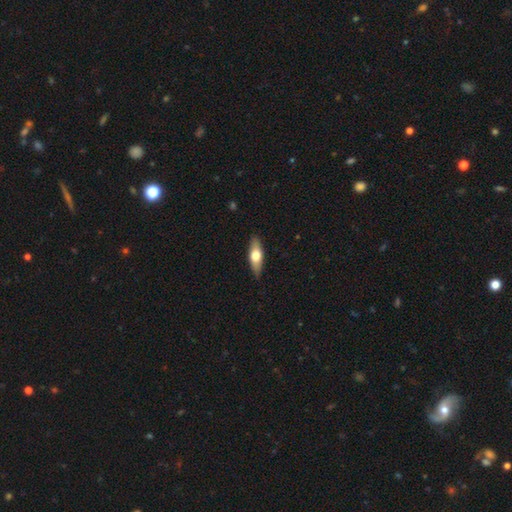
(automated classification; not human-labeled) Q: Smooth or featured?
A: smooth (59%); runner-up: featured or disk (35%)
Q: How rounded?
A: in between (63%); runner-up: cigar-shaped (34%)
Q: Merging?
A: none (86%); runner-up: minor disturbance (11%)